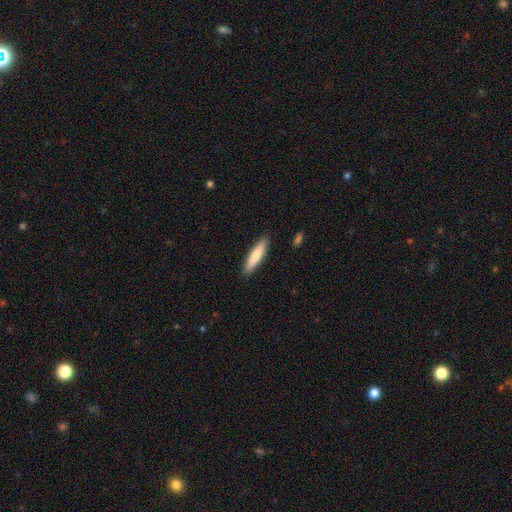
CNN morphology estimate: The model was most divided on "how rounded": cigar-shaped: 82%, in between: 17%, round: 1%. More confident: merging — none (90%); smooth or featured — smooth (80%).